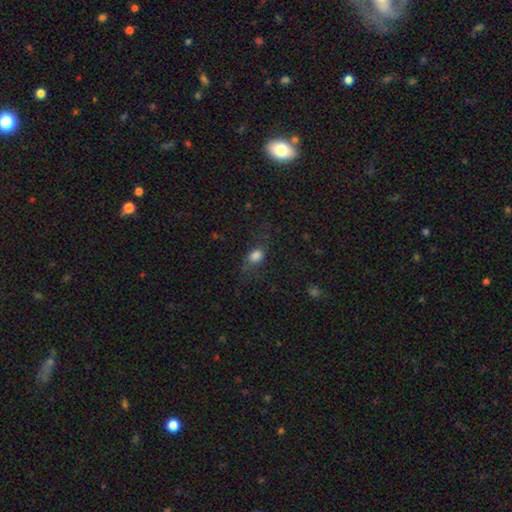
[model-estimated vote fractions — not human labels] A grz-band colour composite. It shows a smooth galaxy with no disk features (70%) that is in between round and cigar-shaped (61%). Merging: none (56%).